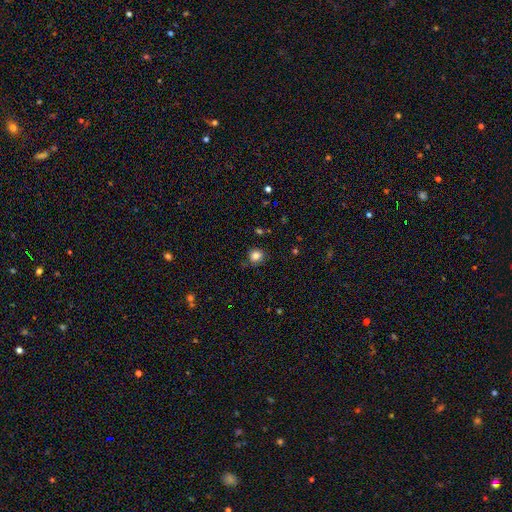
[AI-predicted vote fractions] smooth 84%, star or artifact 12%, featured or disk 5%. Down the decision tree: how rounded — round (85%); merging — none (81%).